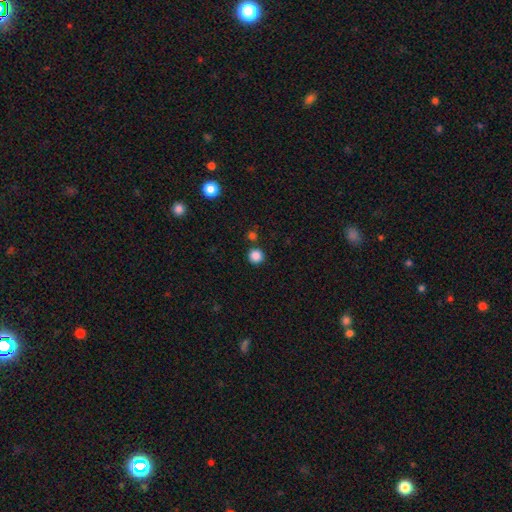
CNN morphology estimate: smooth_or_featured: smooth (p=0.86) [alt: star or artifact p=0.11]
how_rounded: round (p=0.95) [alt: in between p=0.04]
merging: none (p=0.84) [alt: minor disturbance p=0.07]